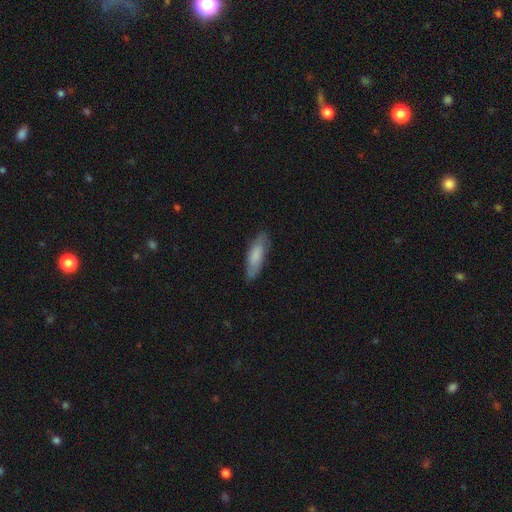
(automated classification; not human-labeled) Smooth or featured?
  - smooth: 73% *
  - featured or disk: 21%
  - star or artifact: 6%
How rounded?
  - cigar-shaped: 50% *
  - in between: 49%
  - round: 1%
Merging?
  - none: 77% *
  - minor disturbance: 18%
  - major disturbance: 4%
  - merger: 1%